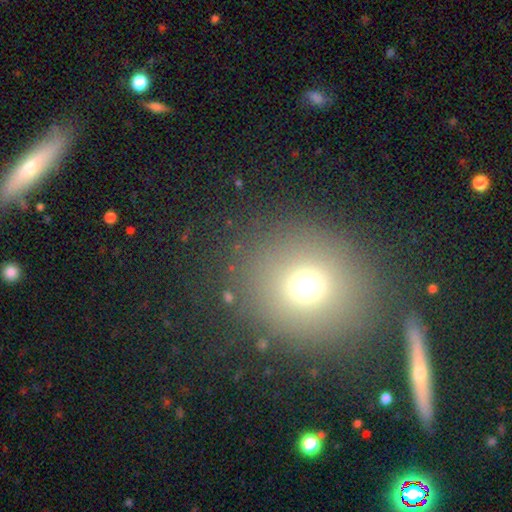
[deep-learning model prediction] A smooth galaxy with no disk features (65%) that is round (84%).

Vote fractions:
- Smooth or featured? smooth: 65% / star or artifact: 23% / featured or disk: 12%
- How rounded? round: 84% / in between: 14% / cigar-shaped: 2%
- Merging? none: 84% / minor disturbance: 8% / merger: 4% / major disturbance: 4%